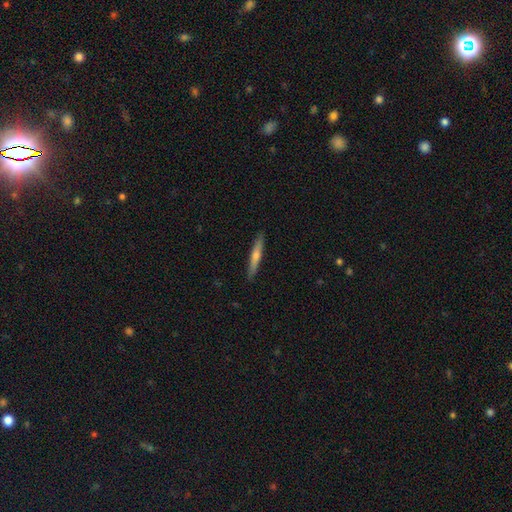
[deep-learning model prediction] featured or disk 53%, smooth 41%, star or artifact 7%. Down the decision tree: edge-on disk — yes (96%); edge-on bulge — rounded (71%); merging — none (90%).